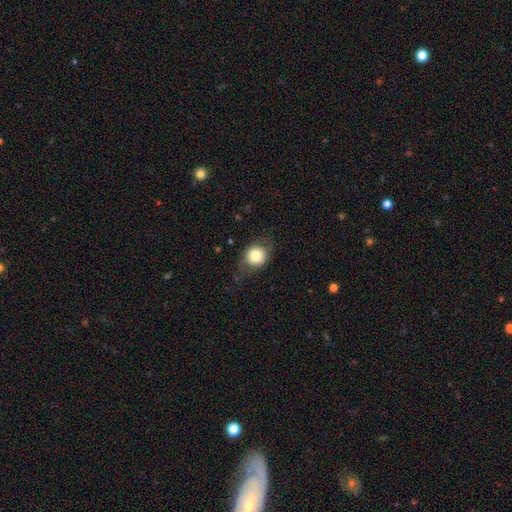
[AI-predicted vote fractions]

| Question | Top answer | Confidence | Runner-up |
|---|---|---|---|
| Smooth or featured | smooth | 75% | featured or disk (16%) |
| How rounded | round | 74% | in between (25%) |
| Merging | none | 72% | minor disturbance (18%) |